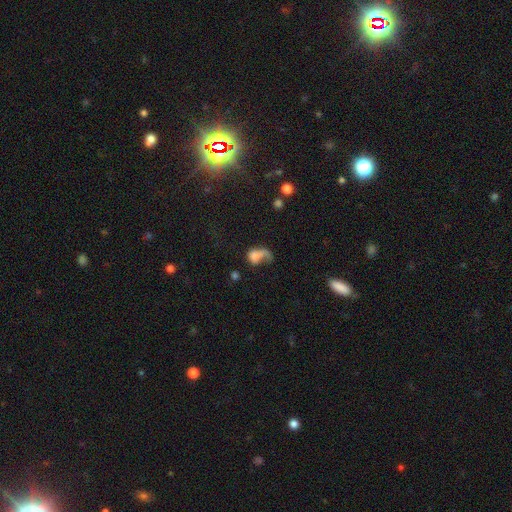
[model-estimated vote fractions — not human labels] Q: Smooth or featured?
A: smooth (55%); runner-up: featured or disk (32%)
Q: How rounded?
A: in between (64%); runner-up: round (33%)
Q: Merging?
A: major disturbance (50%); runner-up: none (21%)